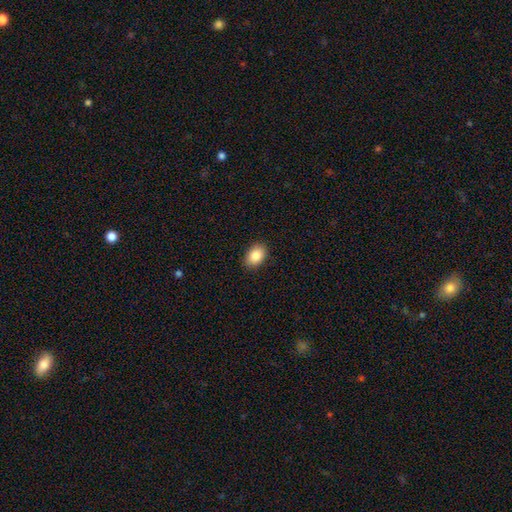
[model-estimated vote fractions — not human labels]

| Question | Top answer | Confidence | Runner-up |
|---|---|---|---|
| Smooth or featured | smooth | 87% | star or artifact (8%) |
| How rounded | in between | 81% | round (18%) |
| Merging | none | 88% | minor disturbance (9%) |